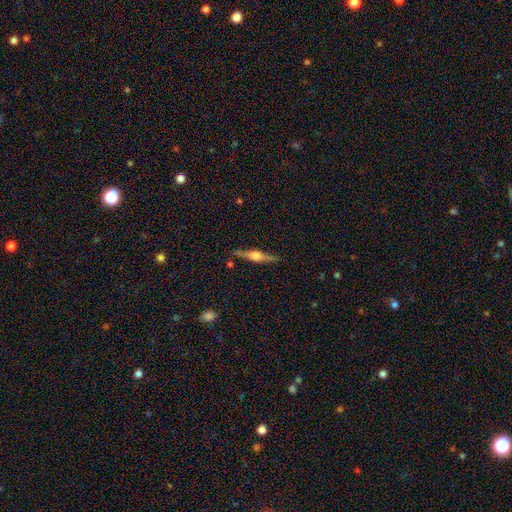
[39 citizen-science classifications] Volunteers were most divided on "smooth or featured": featured or disk: 77%, smooth: 21%, star or artifact: 3%. More confident: edge-on disk — yes (97%); edge-on bulge — rounded (97%); merging — none (76%).